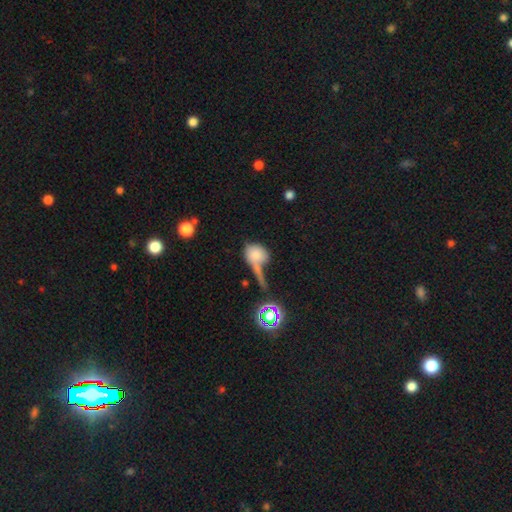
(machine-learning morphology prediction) smooth 72%, featured or disk 16%, star or artifact 12%. Down the decision tree: how rounded — round (56%); merging — merger (32%).